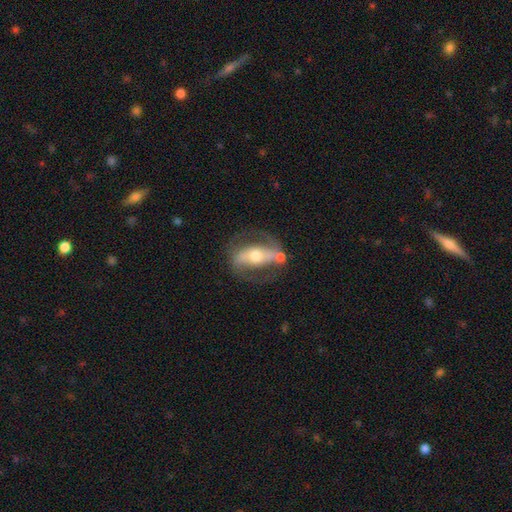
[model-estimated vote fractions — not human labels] This is likely a featured or disk galaxy (76%). It is clearly not viewed edge-on (85%). Bar: possibly strong (56%). Spiral arm pattern: likely yes (72%). Central bulge: likely moderate (63%). Merging: likely none (63%).